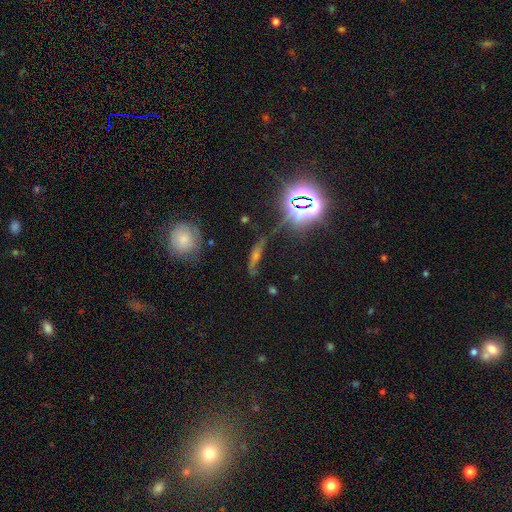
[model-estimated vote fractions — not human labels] This appears to be a star or artifact, not a galaxy (38%).